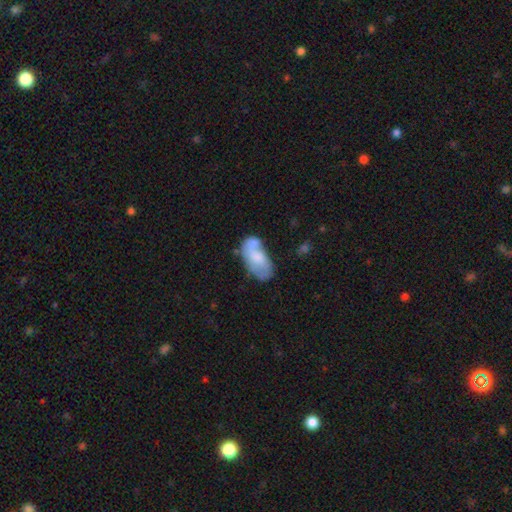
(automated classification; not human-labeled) Morphology: type=smooth (60%); roundness=in between (93%); merging=none (40%).